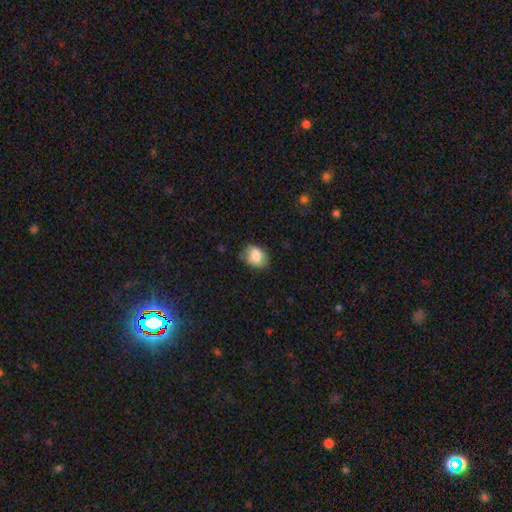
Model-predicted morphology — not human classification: This is clearly a smooth galaxy (84%). How rounded: likely in between (68%). Merging: likely none (73%).